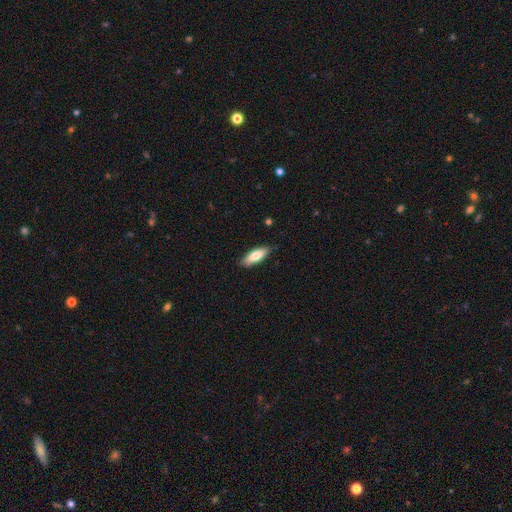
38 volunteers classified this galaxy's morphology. Q: Smooth or featured?
A: smooth (74%); runner-up: featured or disk (21%)
Q: How rounded?
A: in between (71%); runner-up: cigar-shaped (25%)
Q: Merging?
A: none (75%); runner-up: minor disturbance (17%)